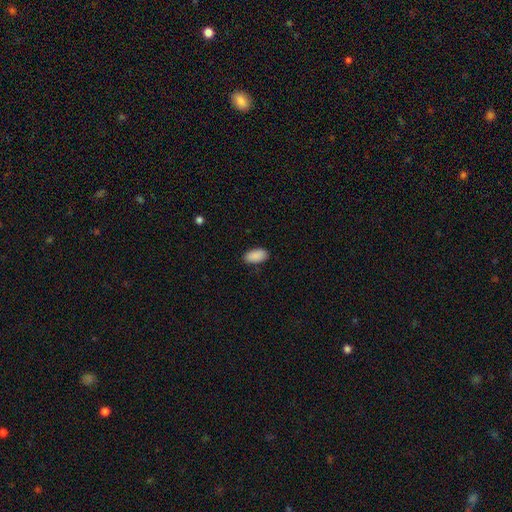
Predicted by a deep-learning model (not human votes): A smooth galaxy with no disk features (90%) that is in between round and cigar-shaped (94%).

Vote fractions:
- Smooth or featured? smooth: 90% / star or artifact: 7% / featured or disk: 3%
- How rounded? in between: 94% / cigar-shaped: 3% / round: 2%
- Merging? none: 87% / minor disturbance: 10% / major disturbance: 2% / merger: 1%